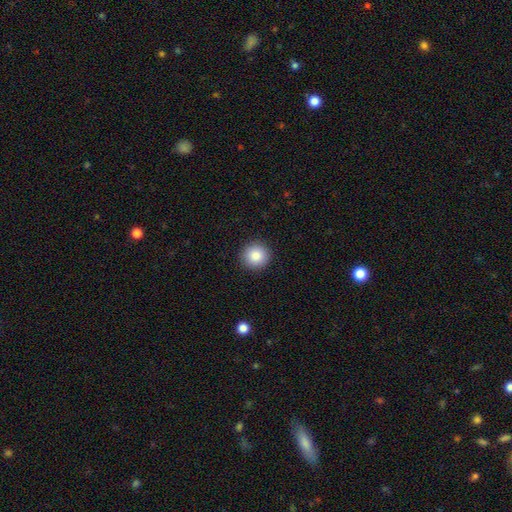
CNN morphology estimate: This is clearly a smooth galaxy (86%). How rounded: clearly round (93%). Merging: clearly none (92%).